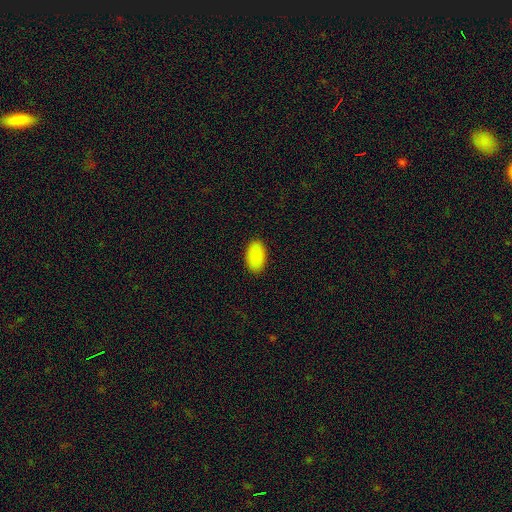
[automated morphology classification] type=smooth (90%); roundness=in between (94%); merging=none (89%).